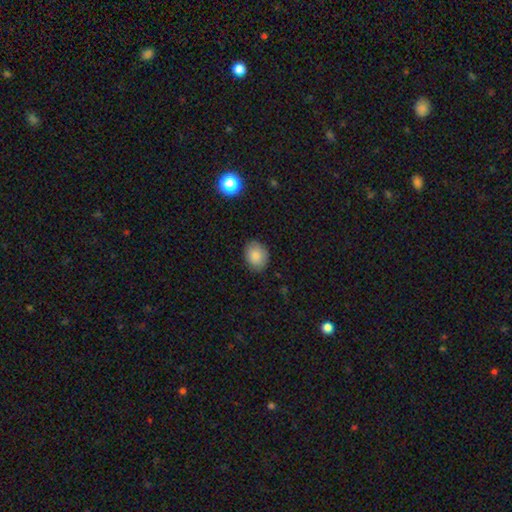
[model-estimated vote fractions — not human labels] smooth_or_featured: smooth (p=0.85) [alt: star or artifact p=0.08]
how_rounded: in between (p=0.58) [alt: round p=0.41]
merging: none (p=0.84) [alt: minor disturbance p=0.13]